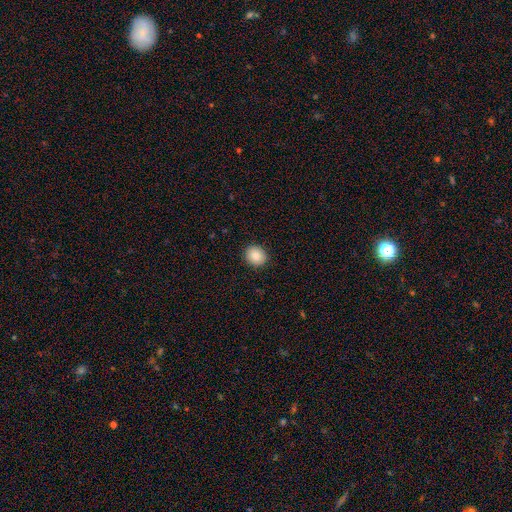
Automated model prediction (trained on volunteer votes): Smooth or featured?
  - smooth: 88% *
  - star or artifact: 8%
  - featured or disk: 4%
How rounded?
  - round: 72% *
  - in between: 27%
  - cigar-shaped: 1%
Merging?
  - none: 91% *
  - minor disturbance: 7%
  - major disturbance: 2%
  - merger: 1%